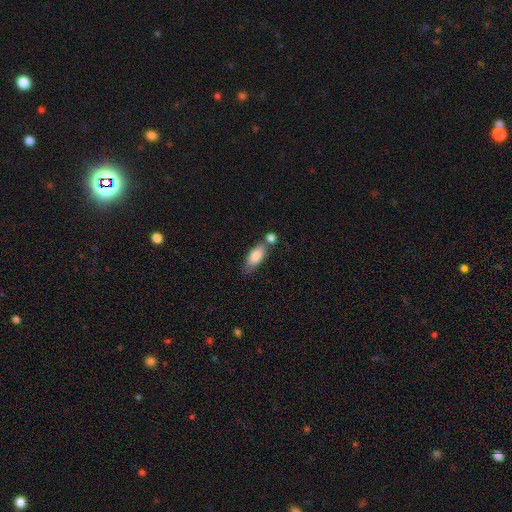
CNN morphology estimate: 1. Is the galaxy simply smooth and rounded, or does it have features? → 82% smooth, 12% featured or disk, 7% star or artifact.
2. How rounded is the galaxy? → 78% in between, 19% cigar-shaped, 3% round.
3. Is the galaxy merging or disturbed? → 51% none, 26% merger, 18% minor disturbance, 5% major disturbance.